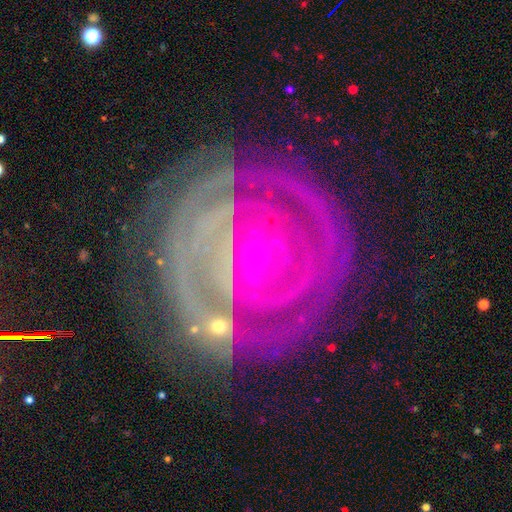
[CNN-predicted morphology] smooth-or-featured: featured or disk: 79% | star or artifact: 12% | smooth: 9%
  disk-edge-on: no: 96% | yes: 4%
    bar: strong: 40% | weak: 38% | no: 22%
    has-spiral-arms: yes: 88% | no: 12%
      spiral-winding: tight: 73% | medium: 21% | loose: 6%
      spiral-arm-count: can't tell: 38% | 2: 24% | 3: 12% | 4: 10% | more than 4: 8% | 1: 7%
    bulge-size: small: 78% | none: 10% | moderate: 9% | large: 1% | dominant: 1%
  merging: none: 70% | minor disturbance: 16% | major disturbance: 9% | merger: 5%